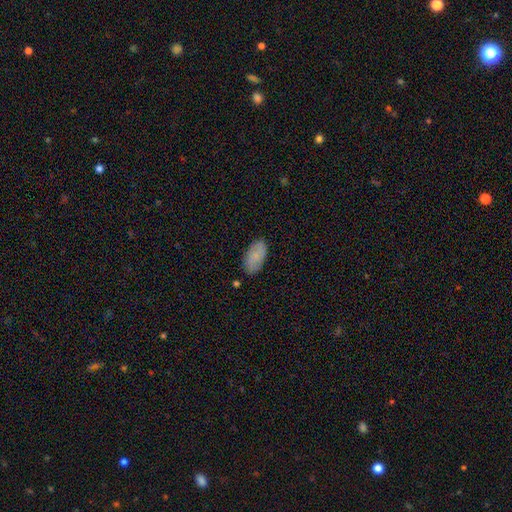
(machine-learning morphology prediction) type=smooth (80%); roundness=in between (93%); merging=none (83%).